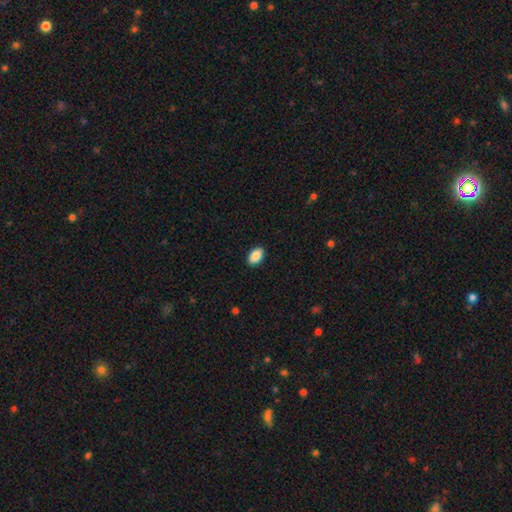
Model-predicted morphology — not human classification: smooth_or_featured: smooth (p=0.89) [alt: star or artifact p=0.07]
how_rounded: in between (p=0.93) [alt: round p=0.05]
merging: none (p=0.90) [alt: minor disturbance p=0.07]